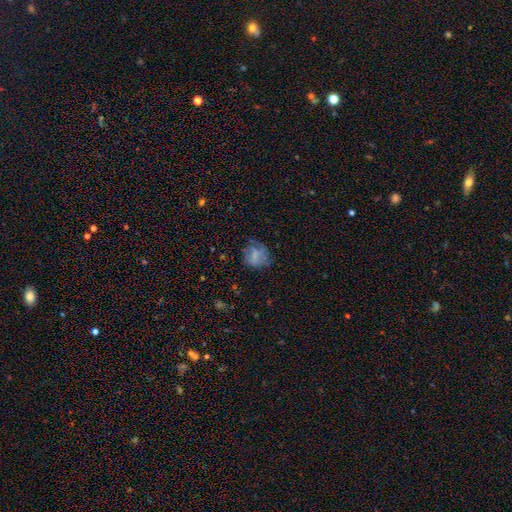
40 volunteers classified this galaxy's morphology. smooth-or-featured: featured or disk: 50% | smooth: 45% | star or artifact: 5%
  disk-edge-on: no: 100% | yes: 0%
    bar: no: 65% | weak: 20% | strong: 15%
    has-spiral-arms: yes: 55% | no: 45%
      spiral-winding: medium: 82% | tight: 9% | loose: 9%
      spiral-arm-count: can't tell: 64% | 3: 18% | 2: 9% | 4: 9% | 1: 0% | more than 4: 0%
    bulge-size: none: 50% | moderate: 30% | small: 15% | large: 5% | dominant: 0%
  merging: none: 55% | major disturbance: 29% | minor disturbance: 16% | merger: 0%